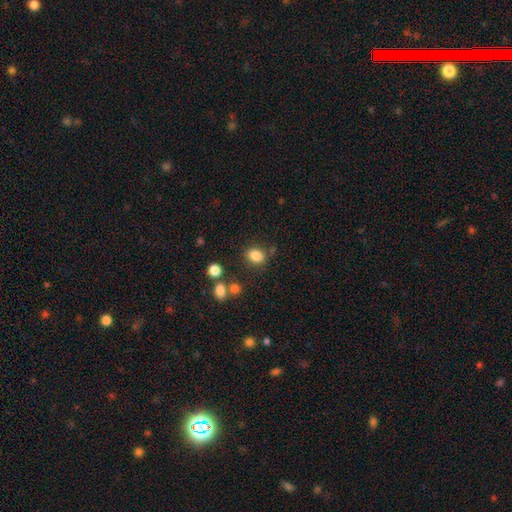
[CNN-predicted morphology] Smooth or featured?
  - smooth: 83% *
  - star or artifact: 11%
  - featured or disk: 5%
How rounded?
  - in between: 55% *
  - round: 43%
  - cigar-shaped: 1%
Merging?
  - none: 76% *
  - minor disturbance: 13%
  - merger: 7%
  - major disturbance: 4%